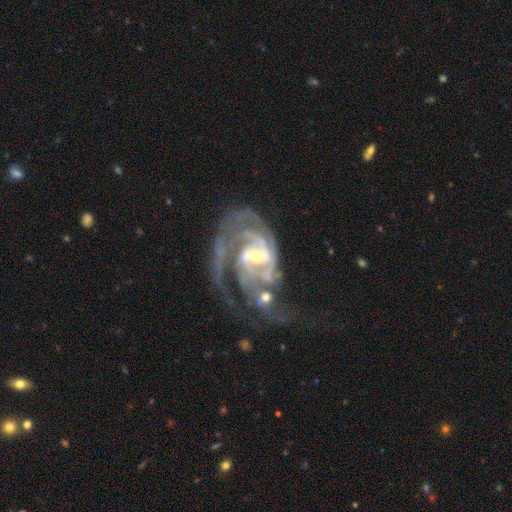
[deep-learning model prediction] Morphology: type=featured or disk (90%); edge-on=no (98%); bar=weak (47%); spiral arms=yes (96%); winding=medium (44%); arm count=2 (31%); bulge=small (56%); merging=major disturbance (40%).